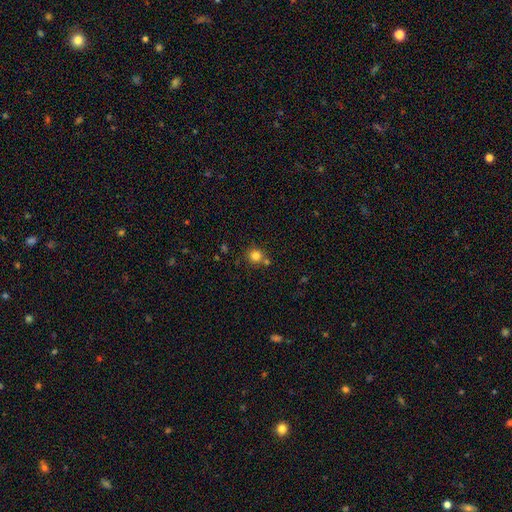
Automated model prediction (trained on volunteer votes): smooth-or-featured: smooth: 81% | star or artifact: 12% | featured or disk: 6%
  how-rounded: round: 91% | in between: 8% | cigar-shaped: 1%
  merging: none: 72% | merger: 16% | minor disturbance: 9% | major disturbance: 3%